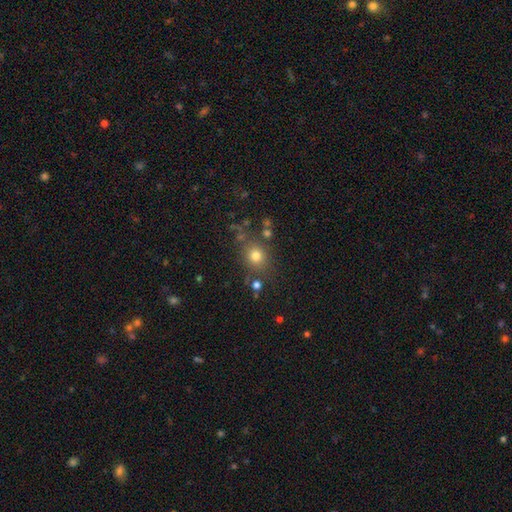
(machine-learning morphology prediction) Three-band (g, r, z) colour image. It shows a smooth galaxy with no disk features (74%) that is round (78%). Merging: none (76%).